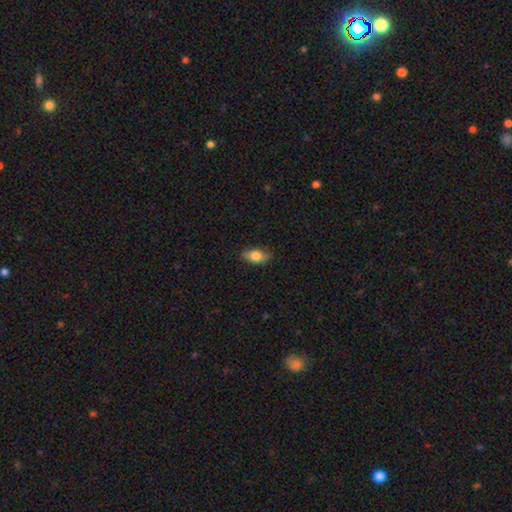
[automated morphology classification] Overall: smooth (74%). How rounded: in between (85%). Merging: none (81%).